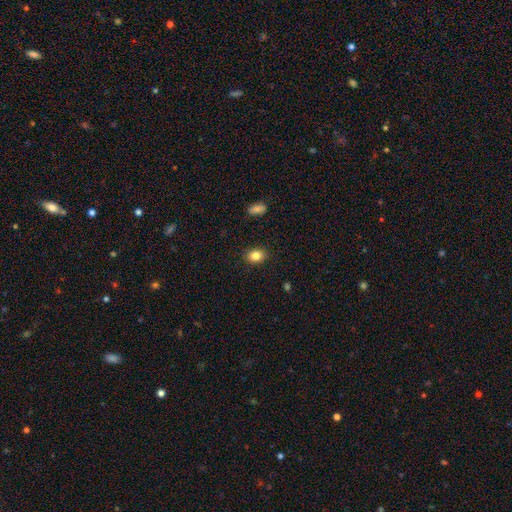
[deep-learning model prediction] smooth-or-featured: smooth: 84% | star or artifact: 9% | featured or disk: 7%
  how-rounded: in between: 70% | round: 28% | cigar-shaped: 1%
  merging: none: 89% | minor disturbance: 8% | major disturbance: 2% | merger: 1%